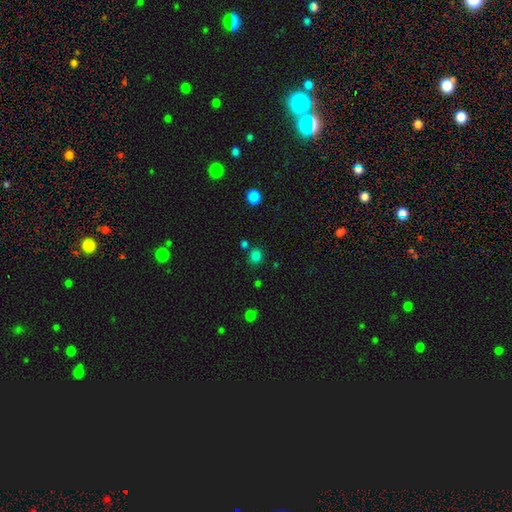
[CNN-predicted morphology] Overall: smooth (79%). How rounded: round (81%). Merging: none (77%).